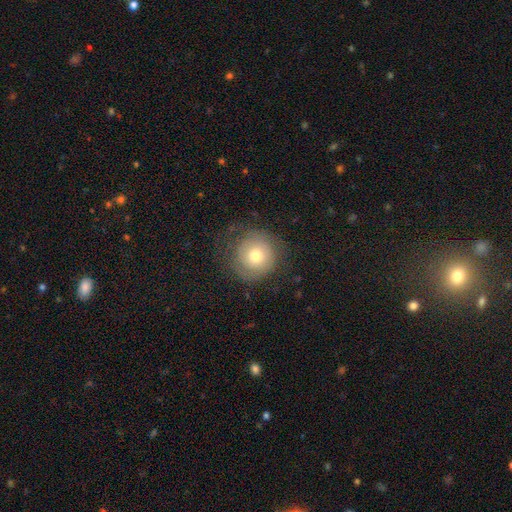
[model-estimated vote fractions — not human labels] This appears to be a smooth galaxy with no disk features (60%) that is round (92%). Merging: none (69%).